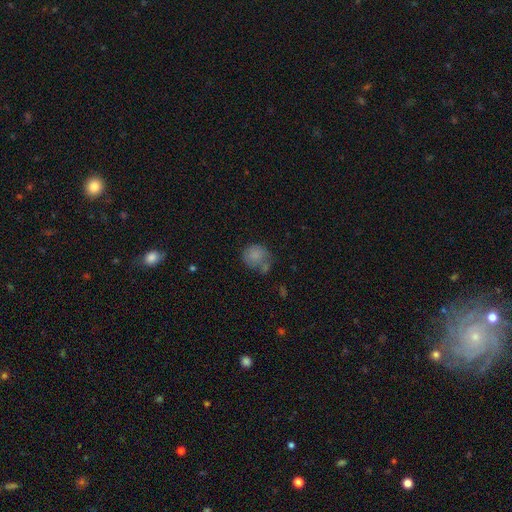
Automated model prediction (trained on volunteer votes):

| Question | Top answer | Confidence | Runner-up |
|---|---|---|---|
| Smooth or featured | smooth | 79% | featured or disk (13%) |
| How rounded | round | 80% | in between (19%) |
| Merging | none | 45% | merger (25%) |